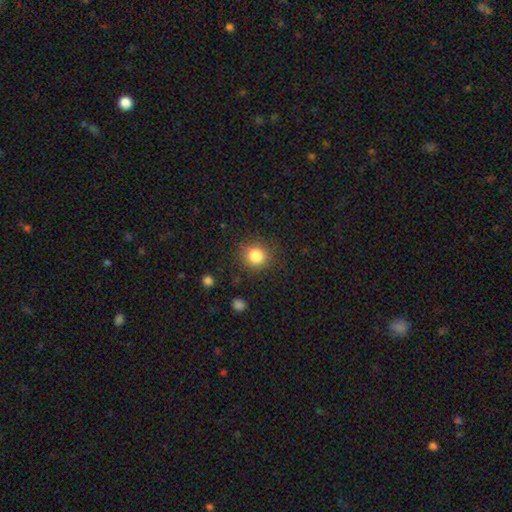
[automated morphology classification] Overall: smooth (84%). How rounded: round (89%). Merging: none (85%).